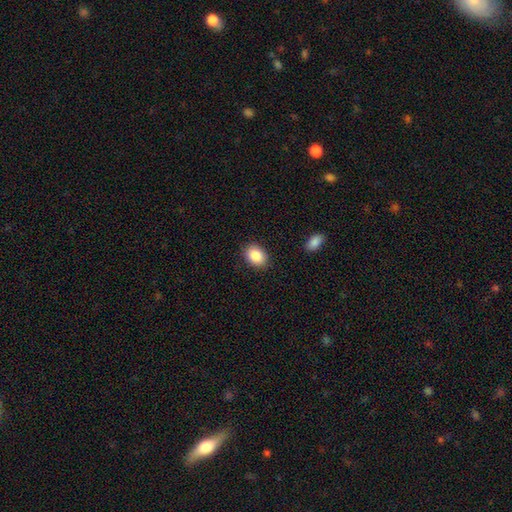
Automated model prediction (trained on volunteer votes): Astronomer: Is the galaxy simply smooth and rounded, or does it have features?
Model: smooth — 88%.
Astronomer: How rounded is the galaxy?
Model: in between — 72%.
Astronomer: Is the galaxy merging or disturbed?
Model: none — 88%.